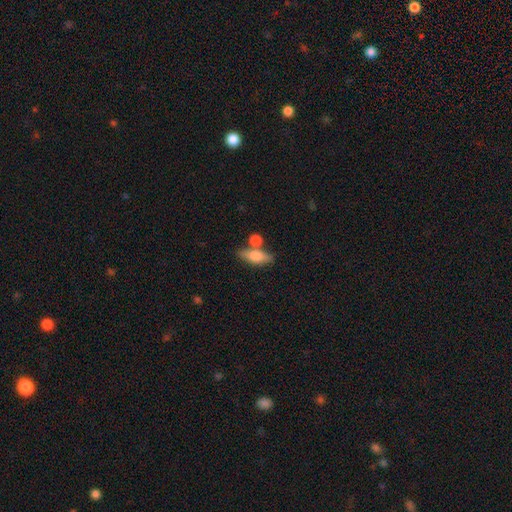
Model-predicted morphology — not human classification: type=smooth (72%); roundness=in between (66%); merging=none (58%).